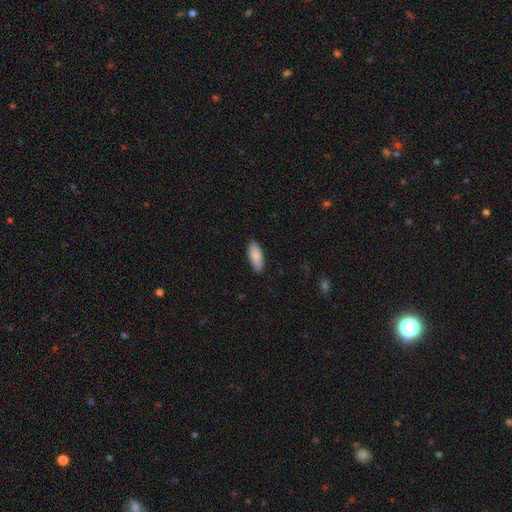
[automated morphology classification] Smooth or featured: smooth — 86% (featured or disk — 8%)
How rounded: in between — 78% (cigar-shaped — 20%)
Merging: none — 86% (minor disturbance — 11%)